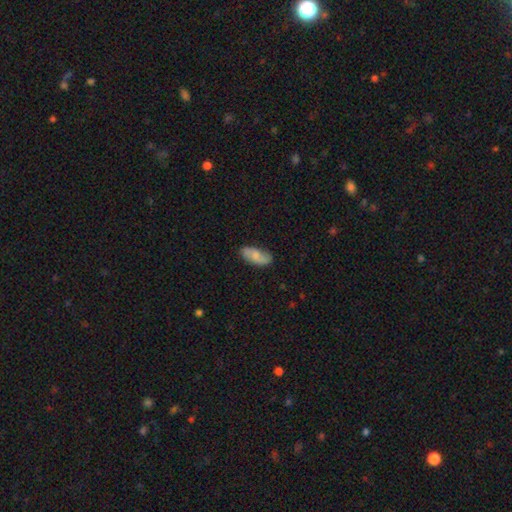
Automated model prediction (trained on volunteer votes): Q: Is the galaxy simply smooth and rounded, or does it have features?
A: smooth — 60%.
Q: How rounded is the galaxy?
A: in between — 86%.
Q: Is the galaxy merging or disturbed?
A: none — 76%.